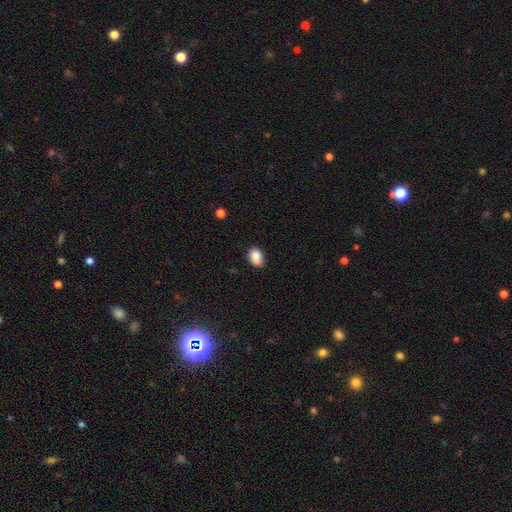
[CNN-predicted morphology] smooth-or-featured: smooth: 86% | star or artifact: 8% | featured or disk: 5%
  how-rounded: in between: 75% | round: 24% | cigar-shaped: 1%
  merging: none: 69% | minor disturbance: 25% | major disturbance: 4% | merger: 2%